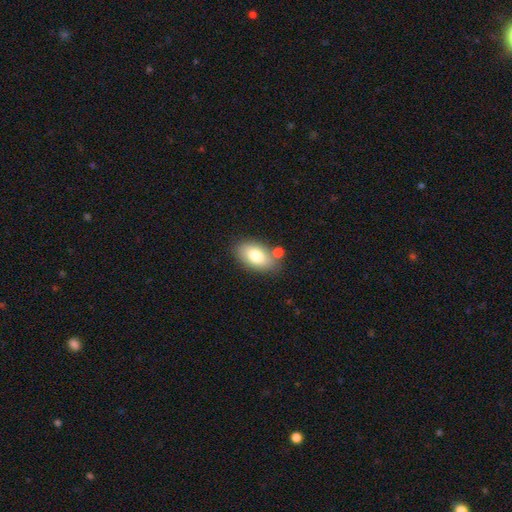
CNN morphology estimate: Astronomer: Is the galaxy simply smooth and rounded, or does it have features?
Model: smooth — 78%.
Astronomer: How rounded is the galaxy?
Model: in between — 92%.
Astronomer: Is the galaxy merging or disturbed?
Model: none — 70%.